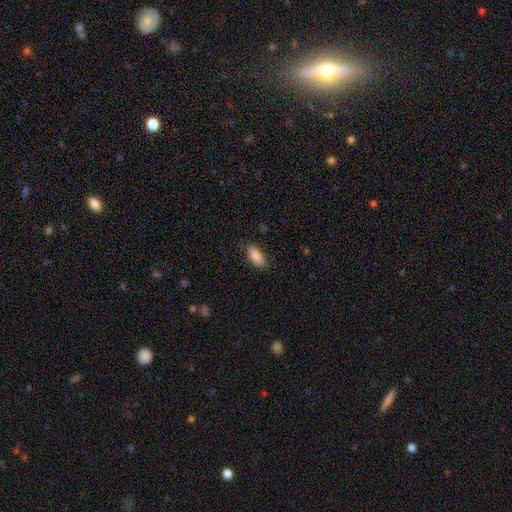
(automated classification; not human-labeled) smooth 83%, featured or disk 10%, star or artifact 7%. Down the decision tree: how rounded — in between (81%); merging — none (81%).